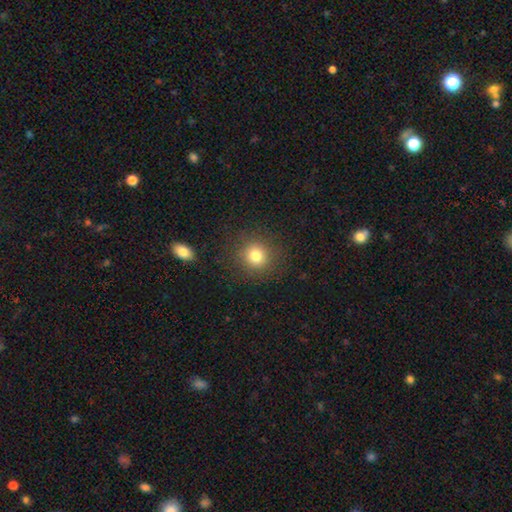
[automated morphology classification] A smooth galaxy with no disk features (79%) that is round (90%). Merging: none (87%).